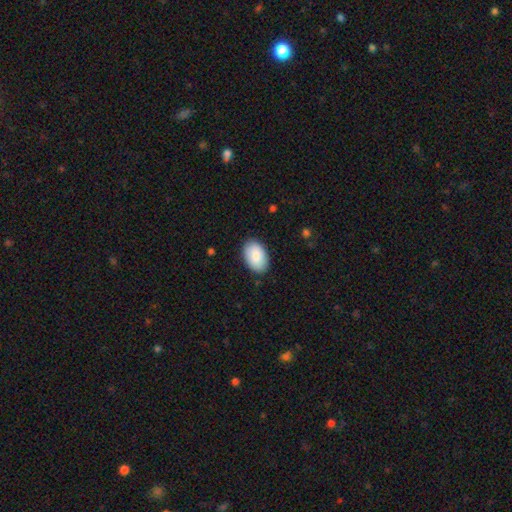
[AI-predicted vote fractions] smooth-or-featured: smooth: 88% | featured or disk: 7% | star or artifact: 6%
  how-rounded: in between: 92% | round: 7% | cigar-shaped: 1%
  merging: none: 87% | minor disturbance: 10% | major disturbance: 2% | merger: 1%